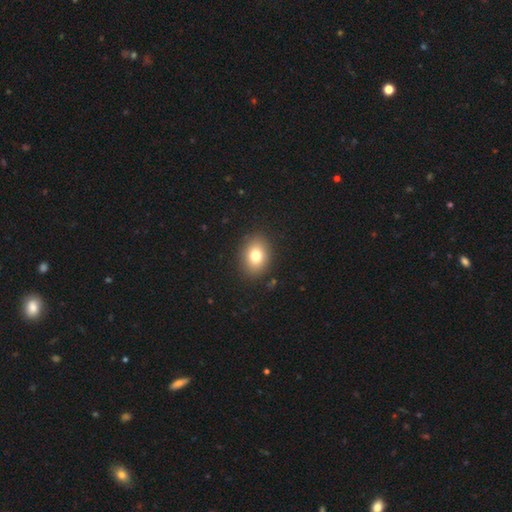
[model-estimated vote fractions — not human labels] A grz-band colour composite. It shows a smooth galaxy with no disk features (78%) that is in between round and cigar-shaped (64%). Merging: none (89%).